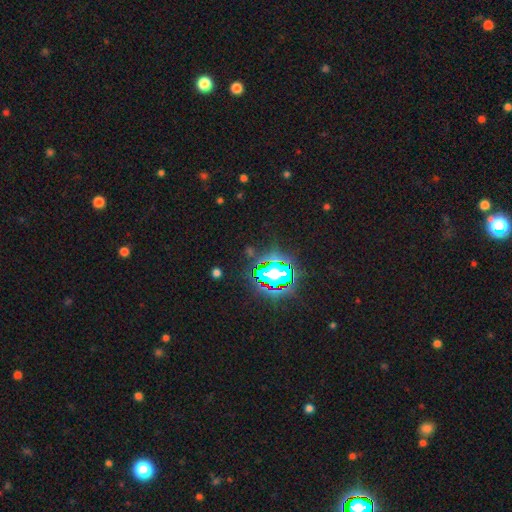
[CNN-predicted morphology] This appears to be a star or artifact, not a galaxy (80%).